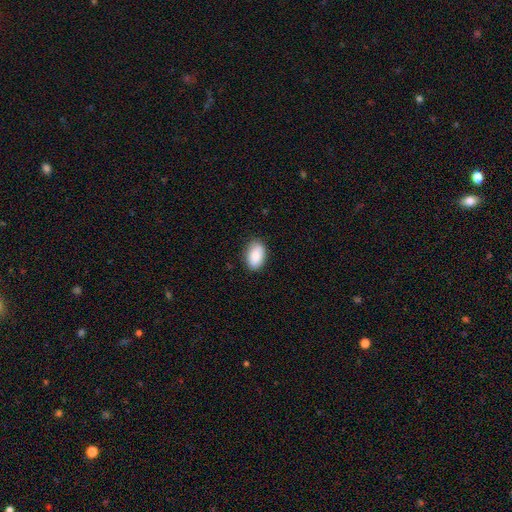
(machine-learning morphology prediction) Overall: smooth (88%). How rounded: in between (92%). Merging: none (85%).